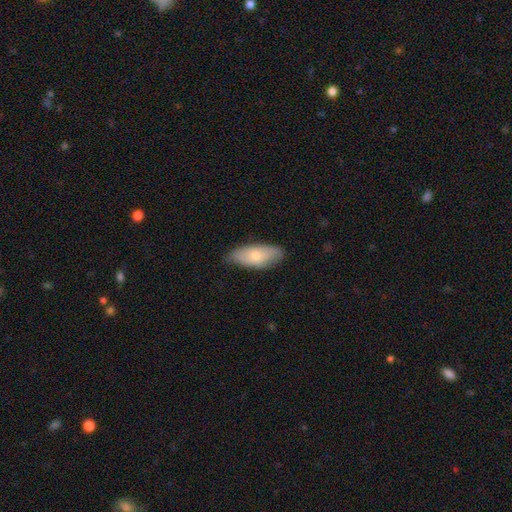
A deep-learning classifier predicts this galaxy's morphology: A smooth galaxy with no disk features (73%) that is in between round and cigar-shaped (83%). Merging: none (73%).